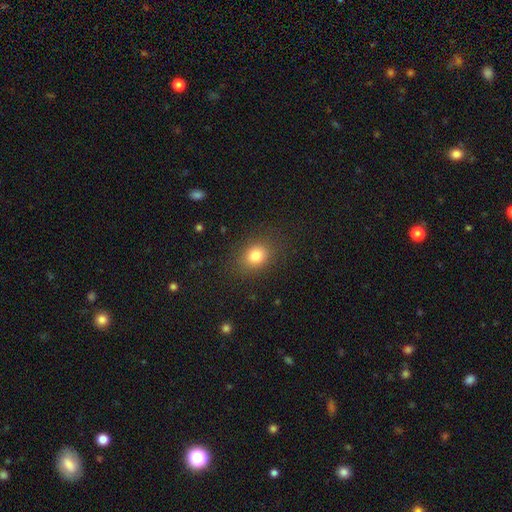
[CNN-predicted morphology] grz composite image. It shows a smooth galaxy with no disk features (81%) that is round (55%). Merging: none (85%).